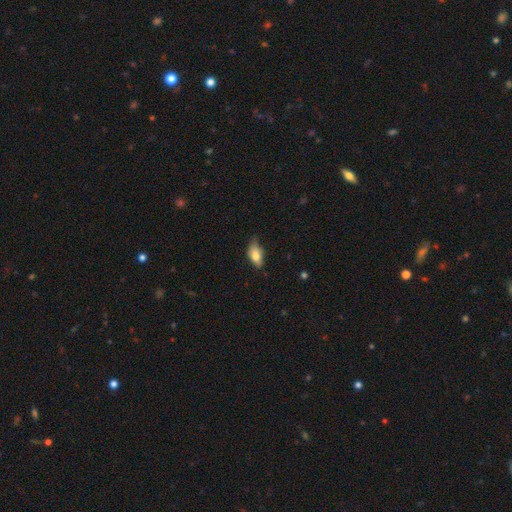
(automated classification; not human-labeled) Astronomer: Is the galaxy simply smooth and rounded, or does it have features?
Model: smooth — 75%.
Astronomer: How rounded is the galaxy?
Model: in between — 87%.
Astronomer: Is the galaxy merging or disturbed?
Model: none — 56% (runner-up: minor disturbance, 35%).